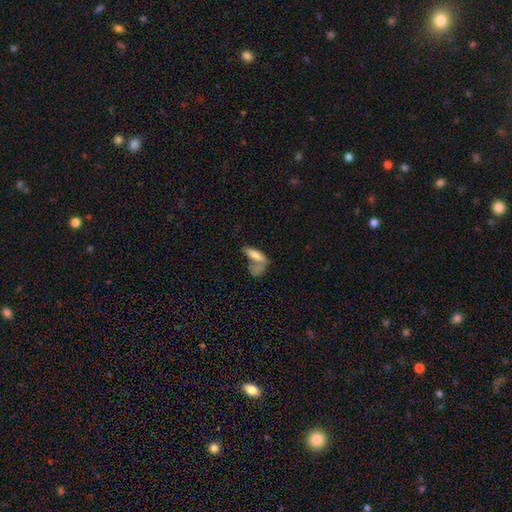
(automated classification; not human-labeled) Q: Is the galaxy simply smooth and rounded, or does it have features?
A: smooth — 76%.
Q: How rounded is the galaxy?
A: in between — 62%.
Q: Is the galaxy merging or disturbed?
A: merger — 47%.